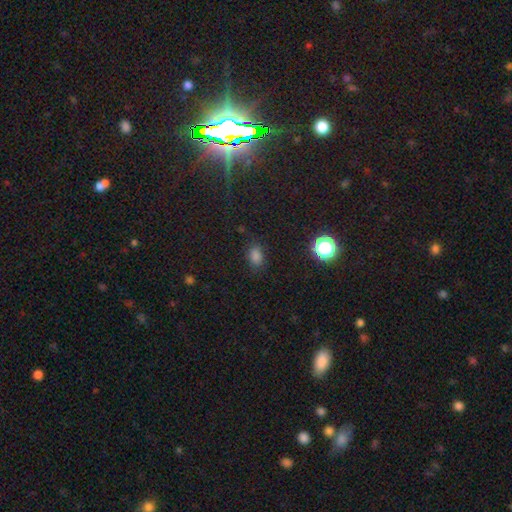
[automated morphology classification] smooth 76%, star or artifact 19%, featured or disk 5%. Down the decision tree: how rounded — in between (76%); merging — none (80%).